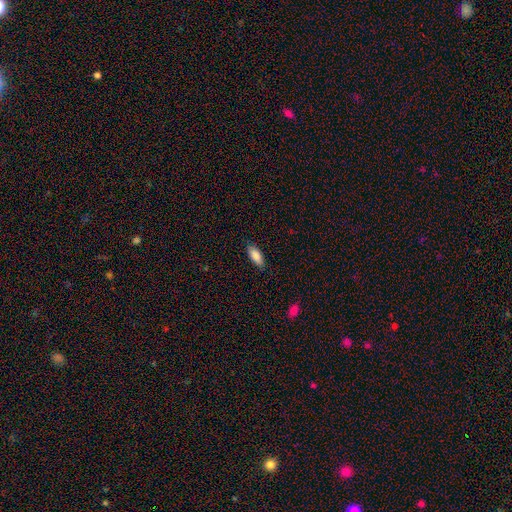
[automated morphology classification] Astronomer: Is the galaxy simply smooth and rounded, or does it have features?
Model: smooth — 87%.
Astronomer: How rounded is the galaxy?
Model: in between — 79%.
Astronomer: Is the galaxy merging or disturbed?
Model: none — 84%.